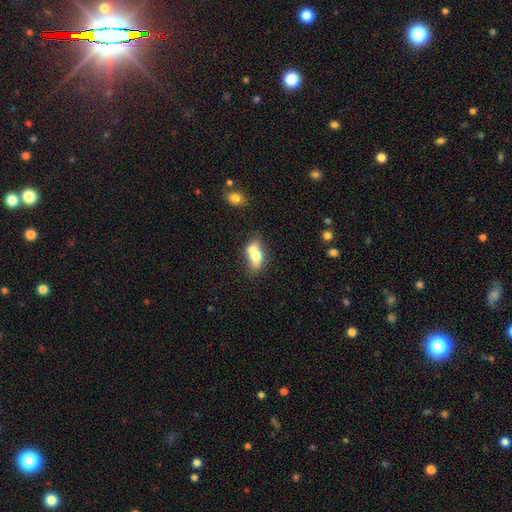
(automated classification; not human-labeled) A smooth galaxy with no disk features (65%) that is in between round and cigar-shaped (77%).

Vote fractions:
- Smooth or featured? smooth: 65% / featured or disk: 27% / star or artifact: 8%
- How rounded? in between: 77% / round: 16% / cigar-shaped: 7%
- Merging? merger: 49% / none: 32% / minor disturbance: 13% / major disturbance: 6%